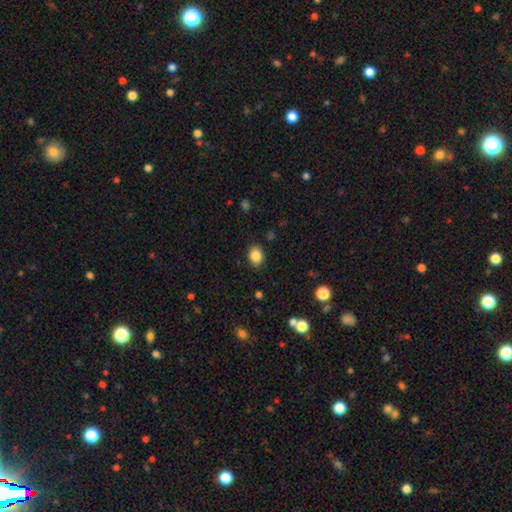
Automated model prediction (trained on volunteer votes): smooth-or-featured: smooth: 86% | star or artifact: 9% | featured or disk: 5%
  how-rounded: in between: 64% | round: 35% | cigar-shaped: 1%
  merging: none: 86% | minor disturbance: 10% | major disturbance: 3% | merger: 1%